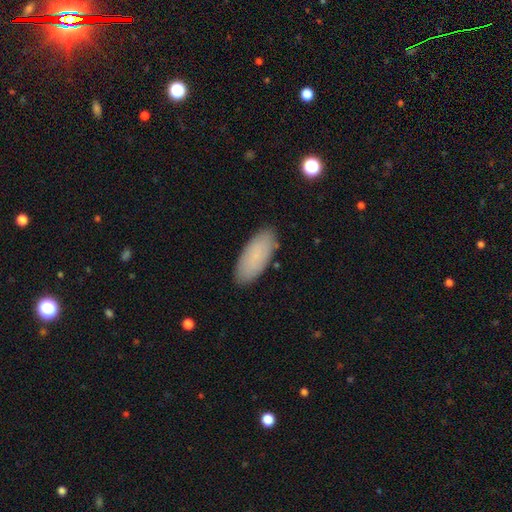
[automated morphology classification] Q: Smooth or featured?
A: smooth (83%); runner-up: featured or disk (10%)
Q: How rounded?
A: in between (84%); runner-up: cigar-shaped (14%)
Q: Merging?
A: none (88%); runner-up: minor disturbance (9%)